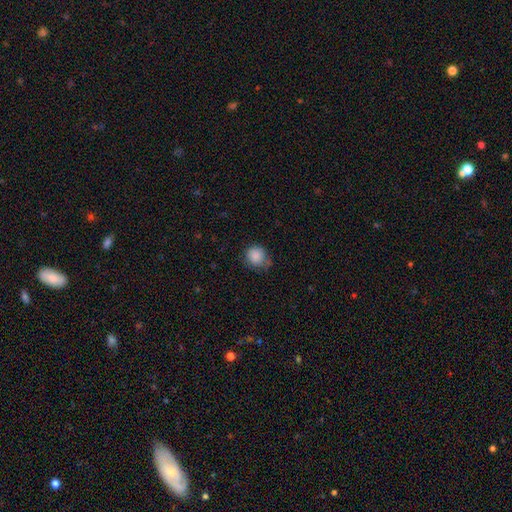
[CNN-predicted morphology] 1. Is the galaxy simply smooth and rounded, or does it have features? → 87% smooth, 9% star or artifact, 5% featured or disk.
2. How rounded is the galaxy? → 86% round, 13% in between, 1% cigar-shaped.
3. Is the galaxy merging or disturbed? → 64% none, 27% minor disturbance, 6% major disturbance, 3% merger.